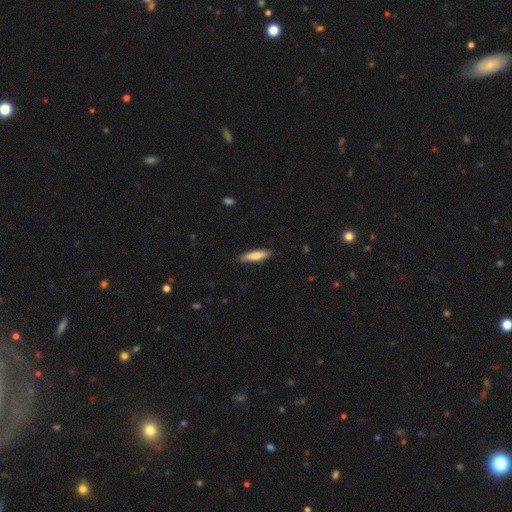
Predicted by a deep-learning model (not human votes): Smooth or featured? smooth (78%)
How rounded? cigar-shaped (69%)
Merging? none (86%)